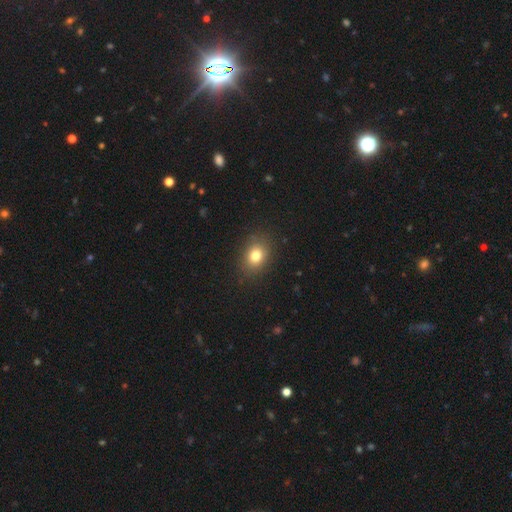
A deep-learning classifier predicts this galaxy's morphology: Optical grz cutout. It shows a smooth galaxy with no disk features (79%) that is in between round and cigar-shaped (54%). Merging: none (87%).